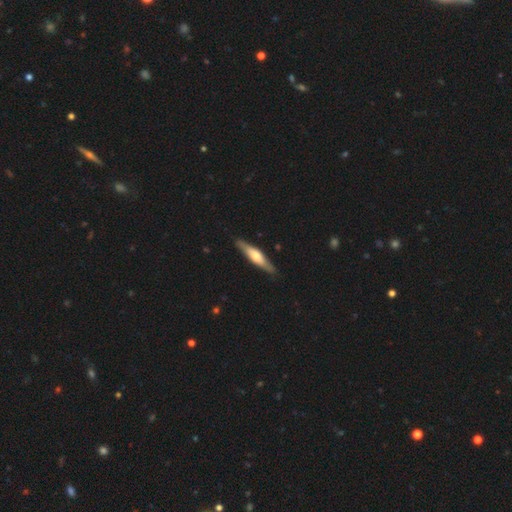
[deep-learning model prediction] Smooth or featured: featured or disk — 53% (smooth — 42%)
Edge-on disk: yes — 88% (no — 12%)
Merging: none — 87% (minor disturbance — 10%)